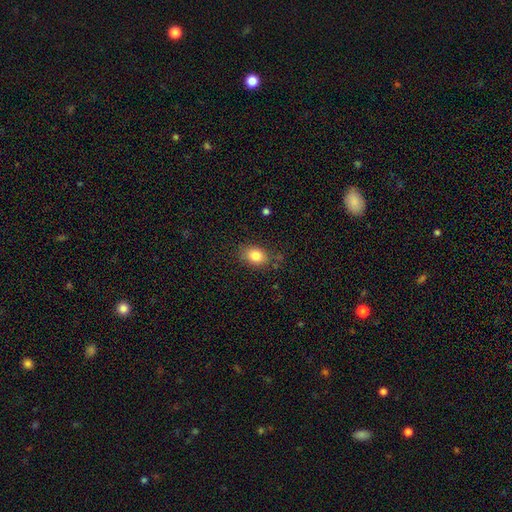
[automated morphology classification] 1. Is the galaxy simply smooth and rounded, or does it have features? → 83% smooth, 9% star or artifact, 8% featured or disk.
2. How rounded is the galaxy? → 71% in between, 28% round, 1% cigar-shaped.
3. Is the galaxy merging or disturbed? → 80% none, 14% minor disturbance, 4% major disturbance, 2% merger.